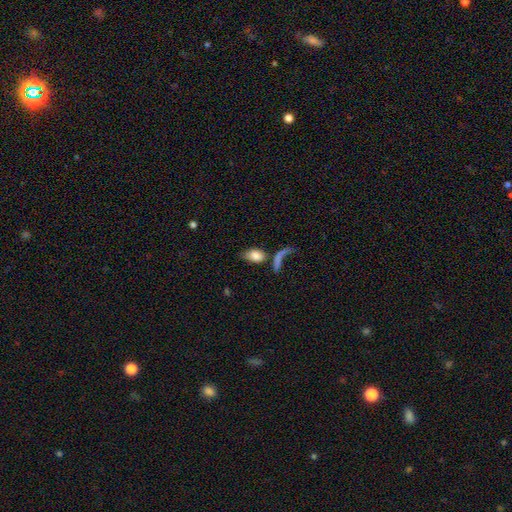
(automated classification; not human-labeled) smooth_or_featured: smooth (p=0.75) [alt: featured or disk p=0.18]
how_rounded: in between (p=0.86) [alt: round p=0.10]
merging: major disturbance (p=0.30) [alt: none p=0.29]